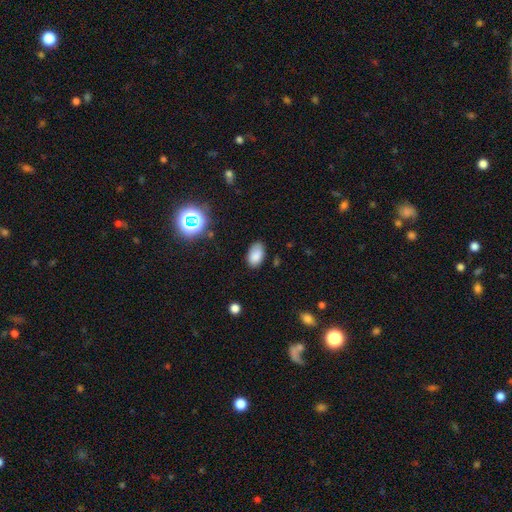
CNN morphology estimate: A smooth galaxy with no disk features (83%) that is in between round and cigar-shaped (93%). Merging: none (77%).